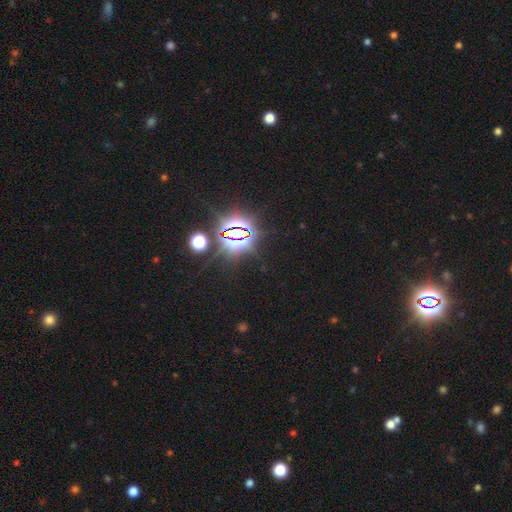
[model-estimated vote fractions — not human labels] The model was most divided on "smooth or featured": star or artifact: 82%, smooth: 11%, featured or disk: 7%.